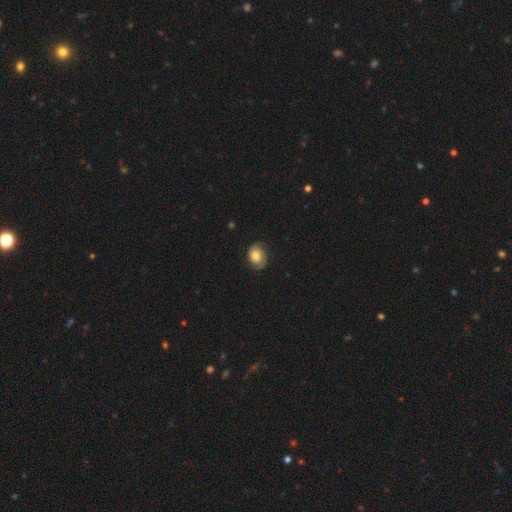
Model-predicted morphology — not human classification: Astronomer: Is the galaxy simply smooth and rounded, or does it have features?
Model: featured or disk — 48% (runner-up: smooth, 44%).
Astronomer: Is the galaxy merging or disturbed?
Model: none — 73%.